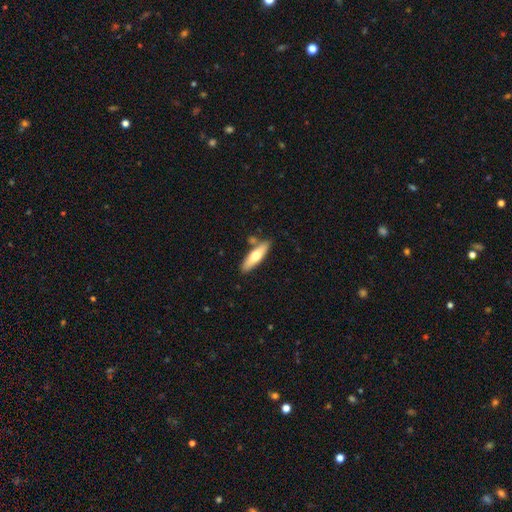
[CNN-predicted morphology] This is possibly a smooth galaxy (58%). How rounded: likely cigar-shaped (63%). Merging: likely none (80%).